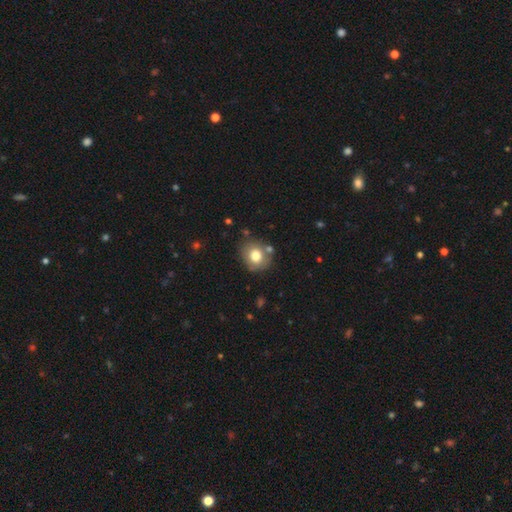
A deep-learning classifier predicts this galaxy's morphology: Overall: smooth (76%). How rounded: round (76%). Merging: none (76%).